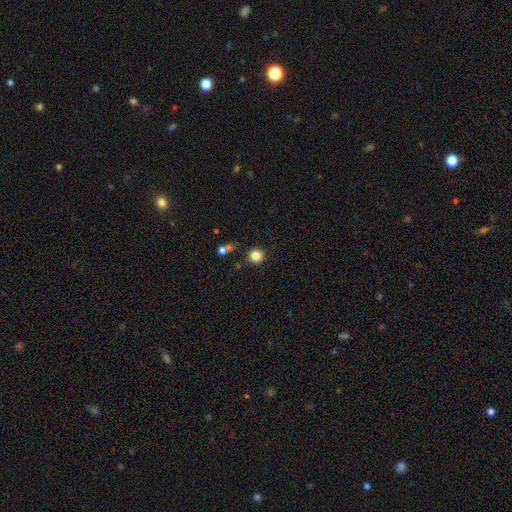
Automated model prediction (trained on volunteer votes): smooth_or_featured: smooth (p=0.83) [alt: star or artifact p=0.12]
how_rounded: round (p=0.93) [alt: in between p=0.06]
merging: none (p=0.86) [alt: minor disturbance p=0.07]